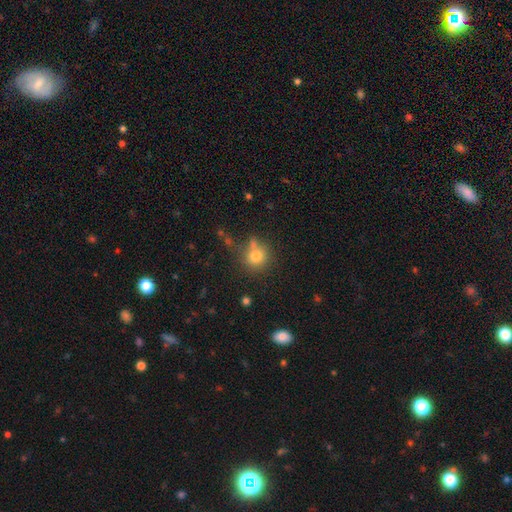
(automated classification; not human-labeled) This is likely a smooth galaxy (77%). How rounded: clearly round (87%). Merging: likely none (67%).